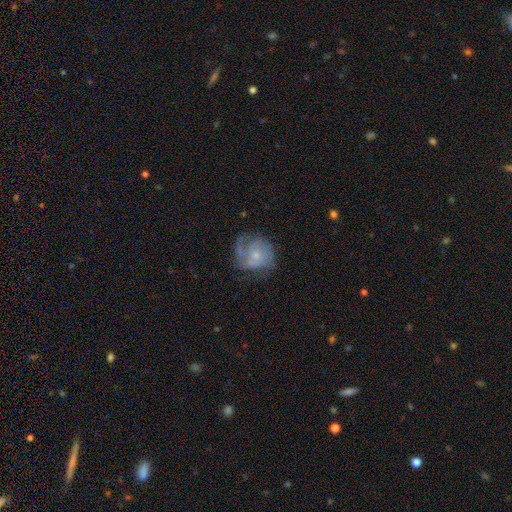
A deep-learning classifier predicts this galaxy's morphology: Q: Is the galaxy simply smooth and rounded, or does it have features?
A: featured or disk — 65%.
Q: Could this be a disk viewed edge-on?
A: no — 98%.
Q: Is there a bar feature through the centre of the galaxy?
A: no — 76%.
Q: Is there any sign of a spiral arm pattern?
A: yes — 78%.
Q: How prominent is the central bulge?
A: small — 57%.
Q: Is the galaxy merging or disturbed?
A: none — 47%.